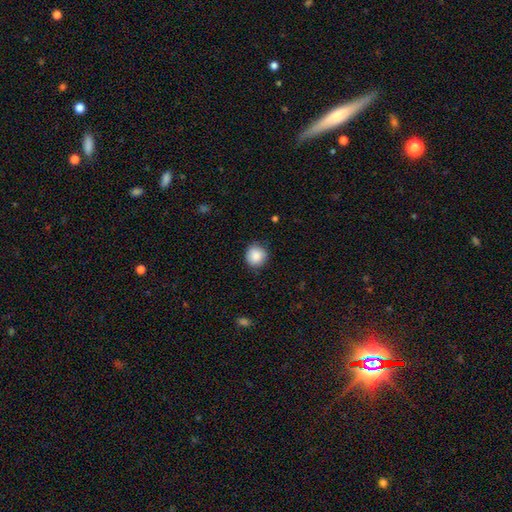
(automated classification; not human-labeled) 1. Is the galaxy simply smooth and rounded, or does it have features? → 87% smooth, 8% star or artifact, 5% featured or disk.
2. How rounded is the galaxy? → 91% round, 8% in between, 1% cigar-shaped.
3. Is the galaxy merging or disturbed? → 83% none, 13% minor disturbance, 2% major disturbance, 1% merger.